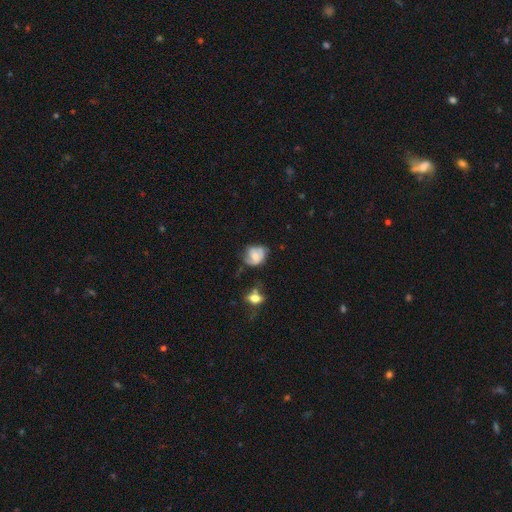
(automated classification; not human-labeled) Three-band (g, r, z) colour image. It shows a smooth galaxy with no disk features (46%). Merging: none (44%).